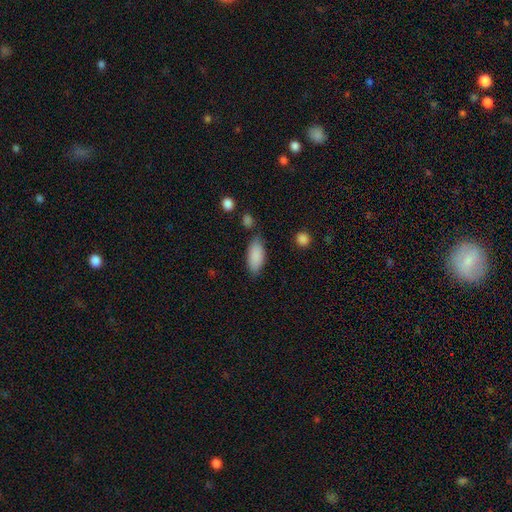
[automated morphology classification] Q: Smooth or featured?
A: smooth (88%); runner-up: star or artifact (6%)
Q: How rounded?
A: in between (87%); runner-up: cigar-shaped (11%)
Q: Merging?
A: none (71%); runner-up: minor disturbance (18%)